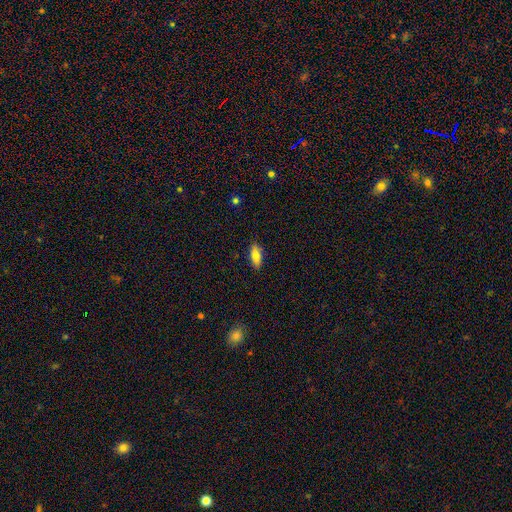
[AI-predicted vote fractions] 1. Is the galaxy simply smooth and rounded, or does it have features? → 79% smooth, 14% featured or disk, 7% star or artifact.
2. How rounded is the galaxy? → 75% in between, 22% cigar-shaped, 2% round.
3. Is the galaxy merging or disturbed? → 86% none, 11% minor disturbance, 2% major disturbance, 1% merger.